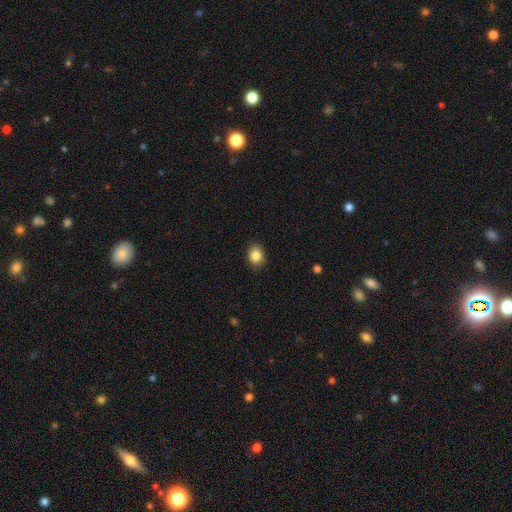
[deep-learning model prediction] Morphology: type=smooth (86%); roundness=in between (53%); merging=none (88%).